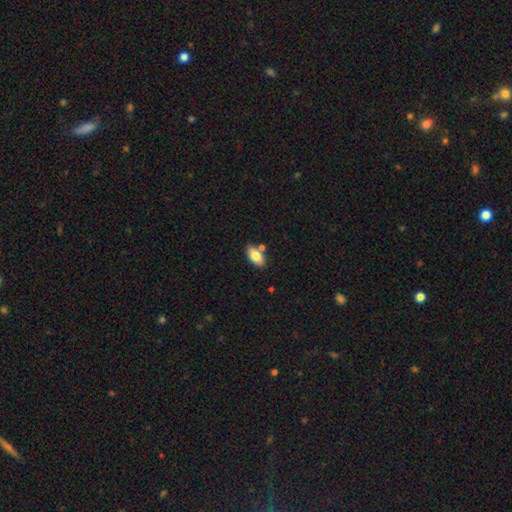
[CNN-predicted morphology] smooth_or_featured: smooth (p=0.79) [alt: featured or disk p=0.14]
how_rounded: in between (p=0.90) [alt: cigar-shaped p=0.06]
merging: none (p=0.74) [alt: minor disturbance p=0.12]